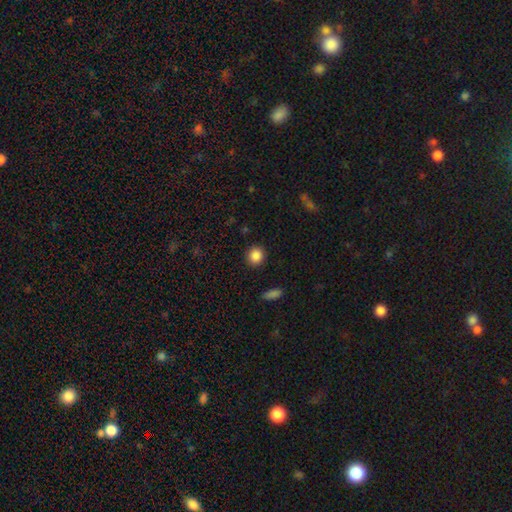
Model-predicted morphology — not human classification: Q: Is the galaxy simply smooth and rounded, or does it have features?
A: smooth — 87%.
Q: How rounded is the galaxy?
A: round — 85%.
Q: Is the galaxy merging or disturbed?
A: none — 91%.